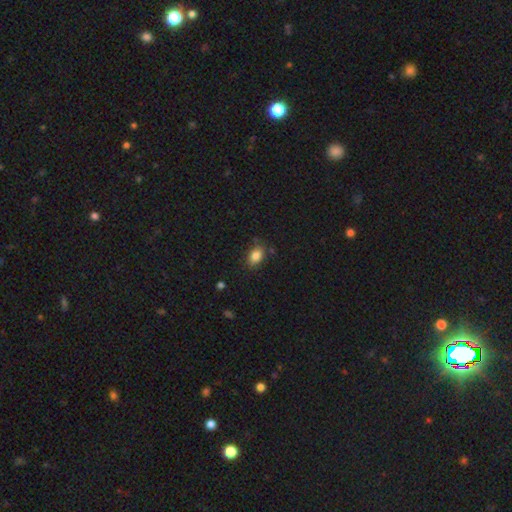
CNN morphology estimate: The model was most divided on "how rounded": in between: 80%, round: 19%, cigar-shaped: 2%. More confident: smooth or featured — smooth (84%); merging — none (78%).